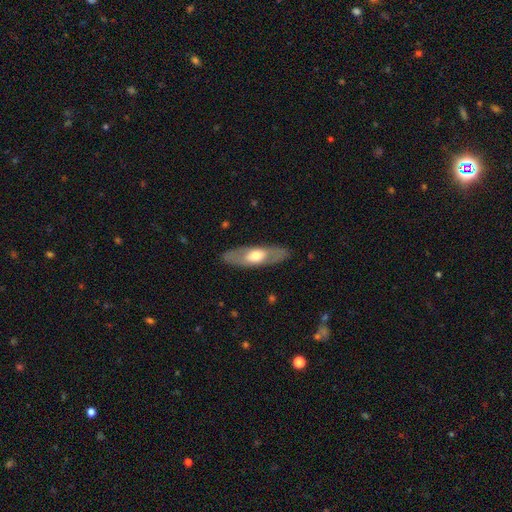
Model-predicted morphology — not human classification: smooth_or_featured: featured or disk (p=0.49) [alt: smooth p=0.46]
merging: none (p=0.85) [alt: minor disturbance p=0.10]